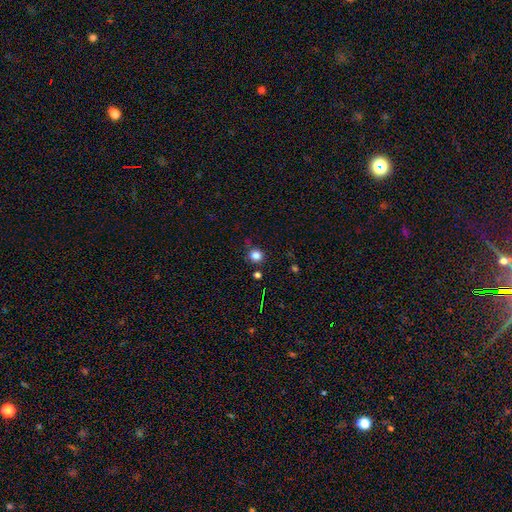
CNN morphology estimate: This is clearly a smooth galaxy (82%). How rounded: clearly round (91%). Merging: clearly none (82%).